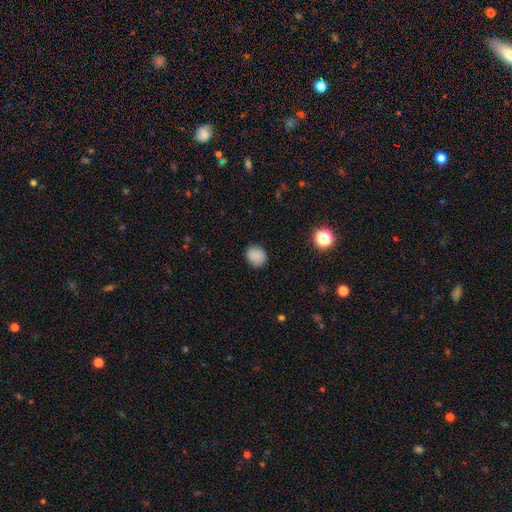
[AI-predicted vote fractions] The model was most divided on "how rounded": round: 78%, in between: 21%, cigar-shaped: 1%. More confident: merging — none (88%); smooth or featured — smooth (86%).